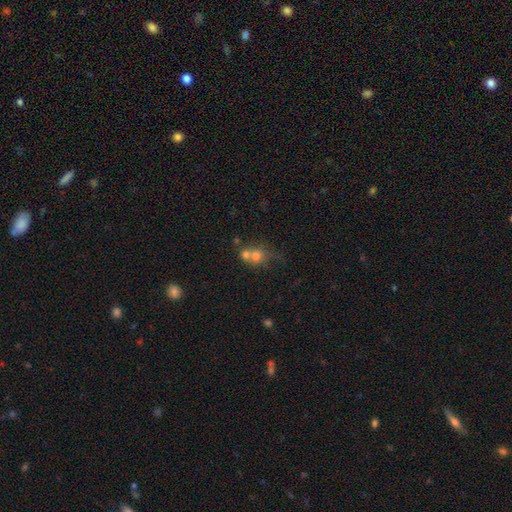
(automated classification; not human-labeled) The model was most divided on "merging": merger: 57%, none: 30%, minor disturbance: 8%, major disturbance: 5%. More confident: how rounded — round (75%); smooth or featured — smooth (68%).